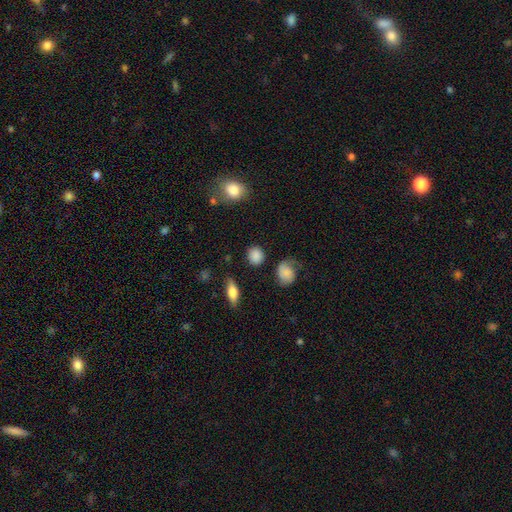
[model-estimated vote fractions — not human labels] Smooth or featured: smooth — 83% (star or artifact — 10%)
How rounded: round — 79% (in between — 19%)
Merging: none — 80% (minor disturbance — 12%)